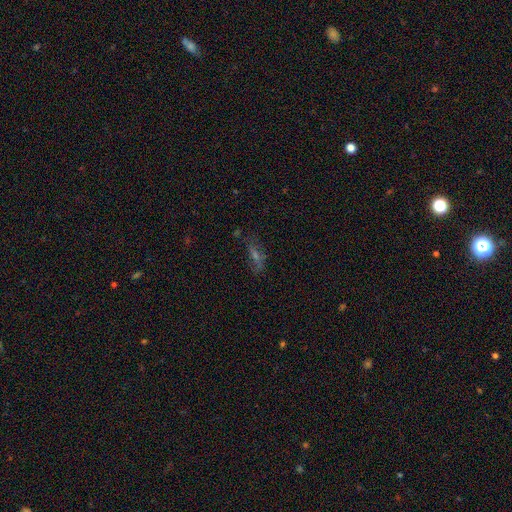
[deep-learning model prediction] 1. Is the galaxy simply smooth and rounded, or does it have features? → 41% featured or disk, 31% smooth, 28% star or artifact.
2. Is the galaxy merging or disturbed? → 64% none, 20% minor disturbance, 12% major disturbance, 4% merger.